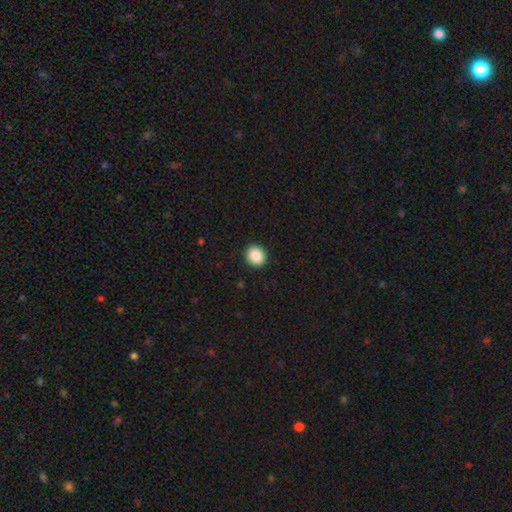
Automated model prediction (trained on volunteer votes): Smooth or featured: smooth — 88% (star or artifact — 9%)
How rounded: round — 85% (in between — 14%)
Merging: none — 92% (minor disturbance — 5%)